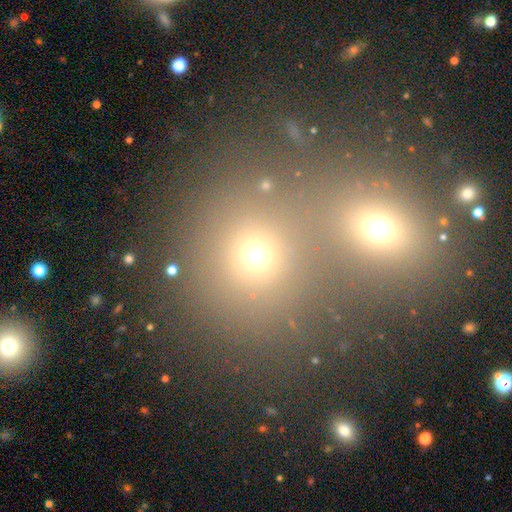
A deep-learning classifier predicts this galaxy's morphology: type=smooth (68%); roundness=round (84%); merging=none (50%).